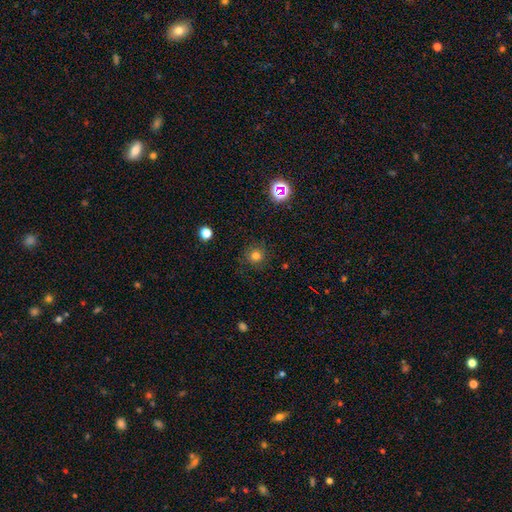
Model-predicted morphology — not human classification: smooth 78%, star or artifact 16%, featured or disk 6%. Down the decision tree: how rounded — round (92%); merging — none (86%).